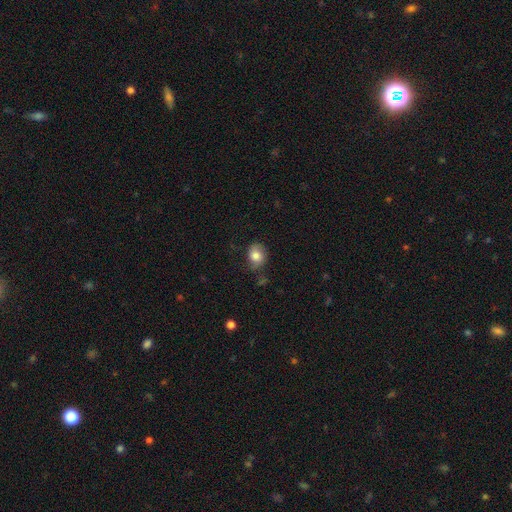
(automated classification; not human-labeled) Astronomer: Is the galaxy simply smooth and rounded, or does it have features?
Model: smooth — 79%.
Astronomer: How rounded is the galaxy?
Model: round — 54% (runner-up: in between, 45%).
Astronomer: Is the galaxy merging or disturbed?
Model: none — 62%.